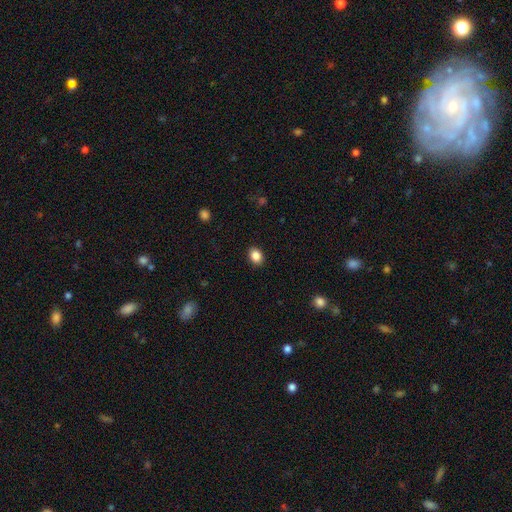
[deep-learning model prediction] This appears to be a smooth galaxy with no disk features (87%) that is in between round and cigar-shaped (61%). Merging: none (90%).